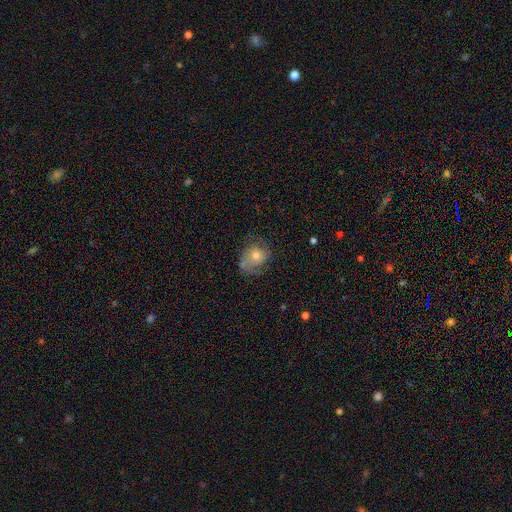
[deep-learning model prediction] Smooth or featured?
  - featured or disk: 66% *
  - smooth: 24%
  - star or artifact: 9%
Edge-on disk?
  - no: 97% *
  - yes: 3%
Bar?
  - no: 77% *
  - weak: 20%
  - strong: 3%
Spiral arms?
  - yes: 89% *
  - no: 11%
Spiral winding?
  - medium: 42% *
  - tight: 37%
  - loose: 21%
Spiral arm count?
  - 2: 52% *
  - 1: 19%
  - can't tell: 18%
  - 3: 6%
  - 4: 2%
  - more than 4: 2%
Bulge size?
  - moderate: 56% *
  - small: 35%
  - large: 5%
  - none: 2%
  - dominant: 1%
Merging?
  - none: 64% *
  - minor disturbance: 21%
  - major disturbance: 14%
  - merger: 2%